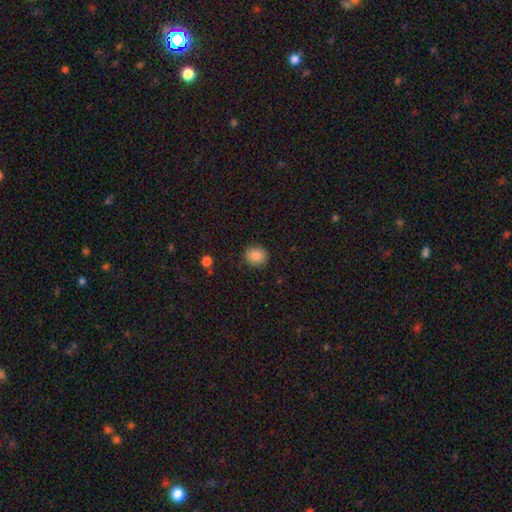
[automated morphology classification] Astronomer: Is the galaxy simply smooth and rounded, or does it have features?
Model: smooth — 87%.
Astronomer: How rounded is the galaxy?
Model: round — 69%.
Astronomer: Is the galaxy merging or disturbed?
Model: none — 87%.